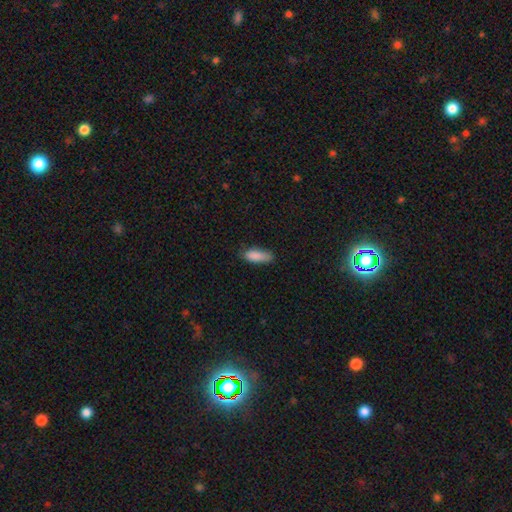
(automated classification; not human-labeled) Overall: smooth (87%). How rounded: in between (66%; cigar-shaped 33%). Merging: none (69%).